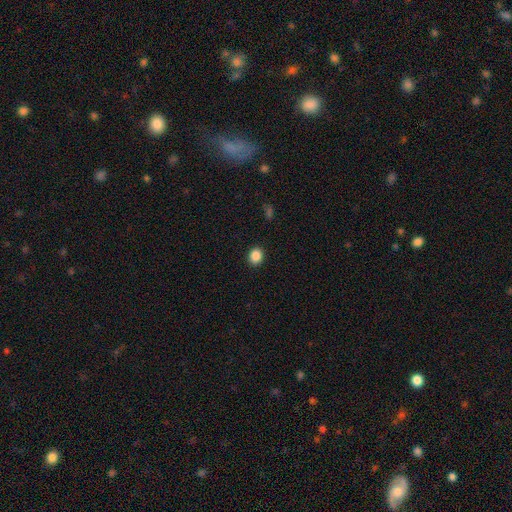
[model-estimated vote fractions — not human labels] Smooth or featured?
  - smooth: 87% *
  - star or artifact: 9%
  - featured or disk: 3%
How rounded?
  - round: 68% *
  - in between: 31%
  - cigar-shaped: 1%
Merging?
  - none: 91% *
  - minor disturbance: 6%
  - major disturbance: 2%
  - merger: 1%